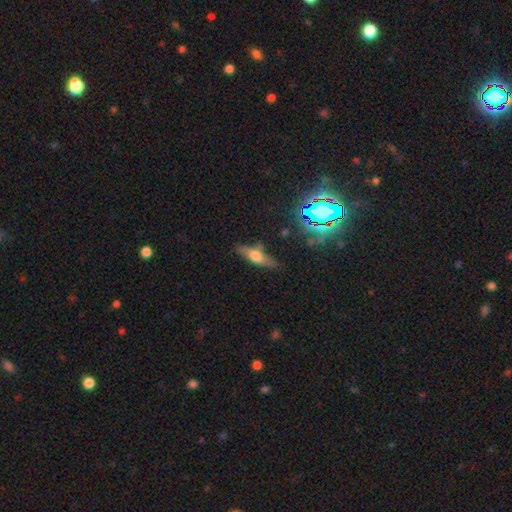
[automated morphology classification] A smooth galaxy with no disk features (48%). Merging: none (71%).